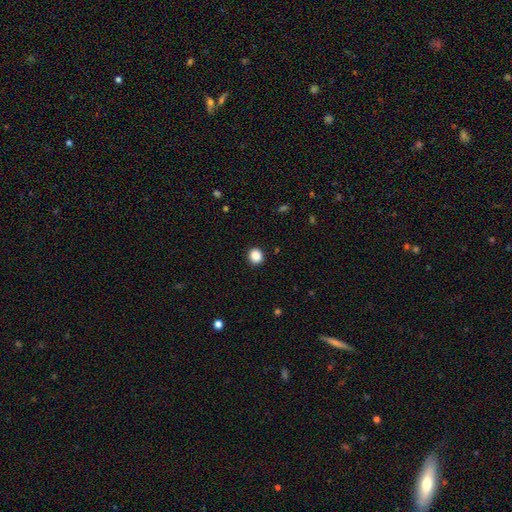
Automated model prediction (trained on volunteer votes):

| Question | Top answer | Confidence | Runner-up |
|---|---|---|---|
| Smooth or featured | smooth | 88% | star or artifact (10%) |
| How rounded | round | 86% | in between (13%) |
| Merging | none | 92% | minor disturbance (5%) |